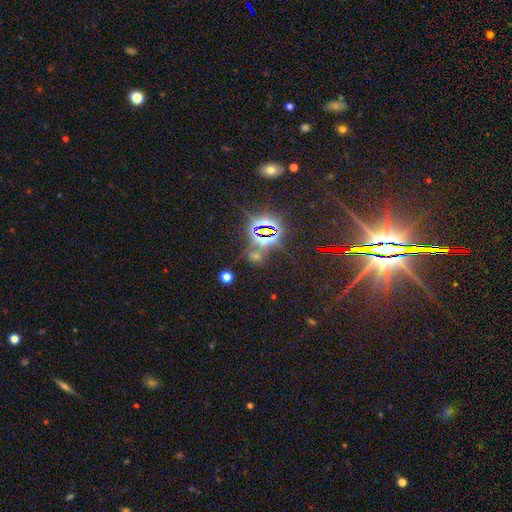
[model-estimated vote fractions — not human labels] The model was most divided on "smooth or featured": star or artifact: 68%, smooth: 24%, featured or disk: 8%.